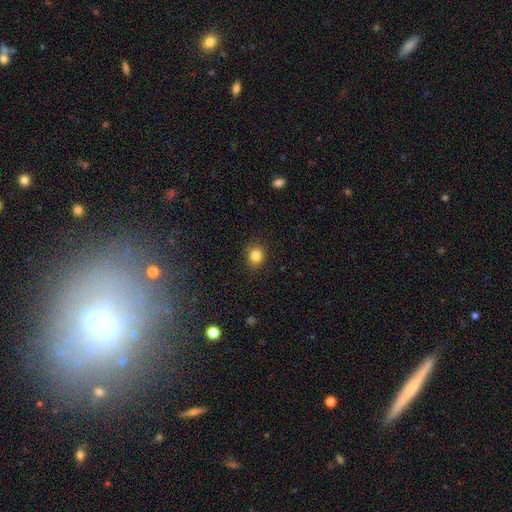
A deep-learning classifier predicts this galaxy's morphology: smooth-or-featured: smooth: 83% | star or artifact: 11% | featured or disk: 5%
  how-rounded: round: 79% | in between: 20% | cigar-shaped: 1%
  merging: none: 88% | minor disturbance: 9% | major disturbance: 2% | merger: 1%